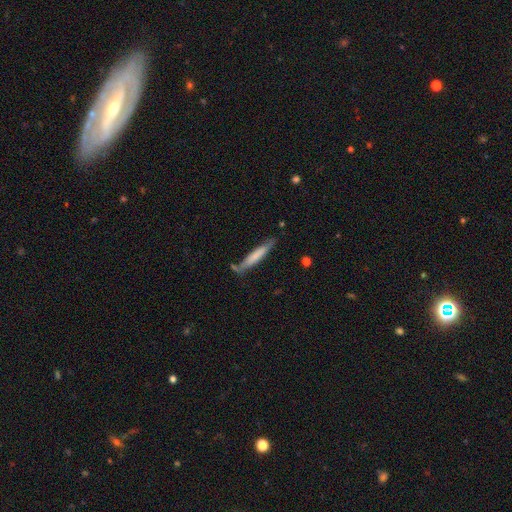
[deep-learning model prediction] Overall: smooth (65%; featured or disk 30%). How rounded: cigar-shaped (93%). Merging: none (73%).